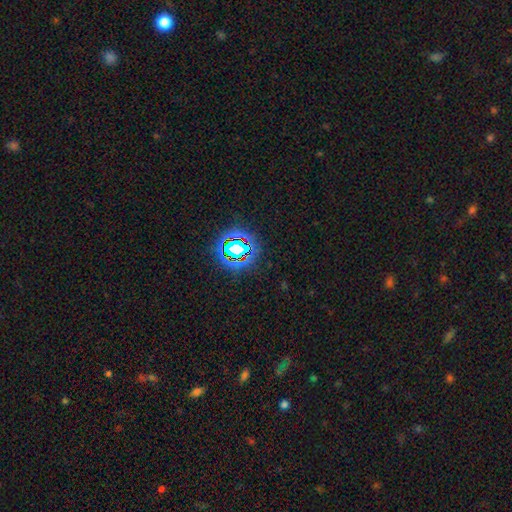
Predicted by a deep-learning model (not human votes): Morphology: type=star or artifact (73%).